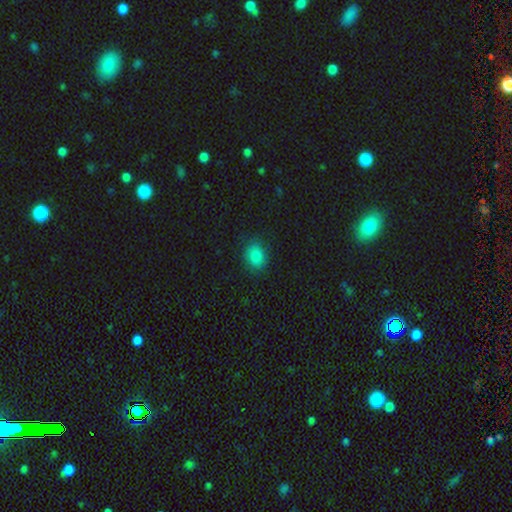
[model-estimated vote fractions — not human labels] Smooth or featured: smooth — 84% (star or artifact — 11%)
How rounded: round — 51% (in between — 48%)
Merging: none — 84% (minor disturbance — 11%)